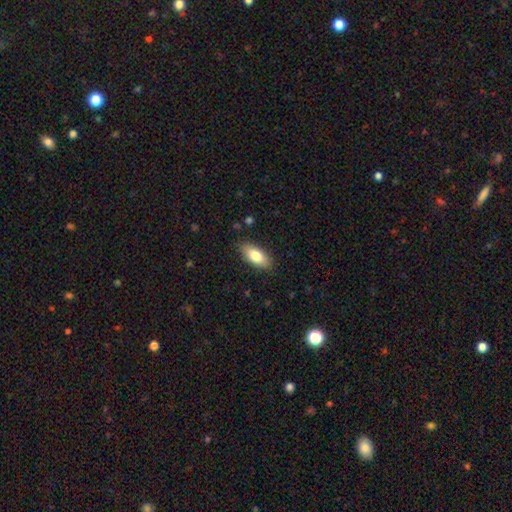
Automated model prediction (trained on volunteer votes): Q: Smooth or featured?
A: smooth (80%); runner-up: featured or disk (14%)
Q: How rounded?
A: in between (87%); runner-up: cigar-shaped (10%)
Q: Merging?
A: none (86%); runner-up: minor disturbance (11%)